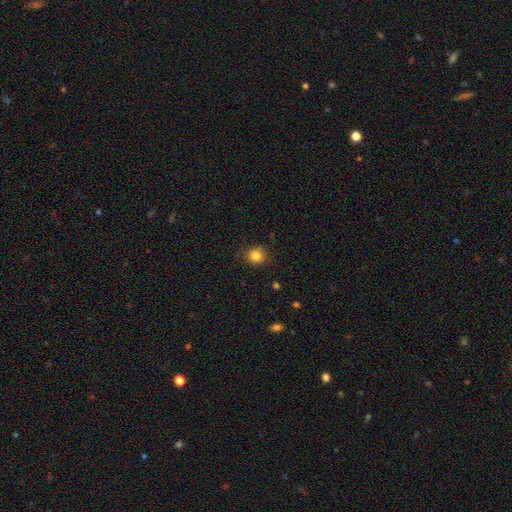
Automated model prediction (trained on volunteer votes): smooth-or-featured: smooth: 83% | star or artifact: 12% | featured or disk: 5%
  how-rounded: round: 85% | in between: 15% | cigar-shaped: 1%
  merging: none: 85% | minor disturbance: 11% | major disturbance: 3% | merger: 1%